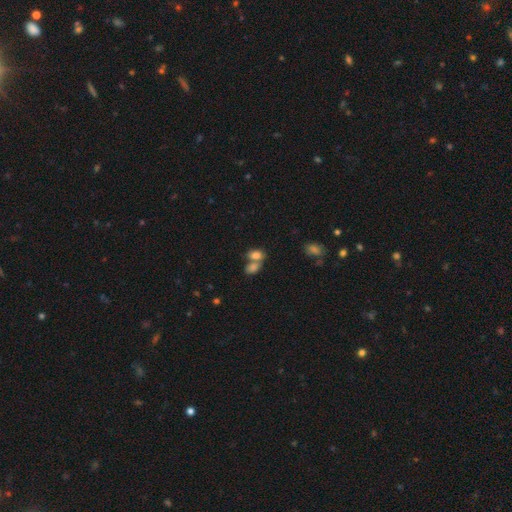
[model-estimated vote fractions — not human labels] smooth_or_featured: smooth (p=0.80) [alt: star or artifact p=0.10]
how_rounded: in between (p=0.84) [alt: round p=0.14]
merging: merger (p=0.59) [alt: none p=0.29]